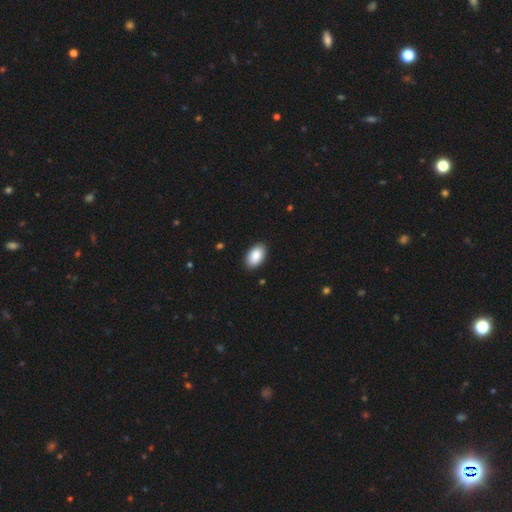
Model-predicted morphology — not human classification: Smooth or featured? smooth (89%)
How rounded? in between (95%)
Merging? none (90%)